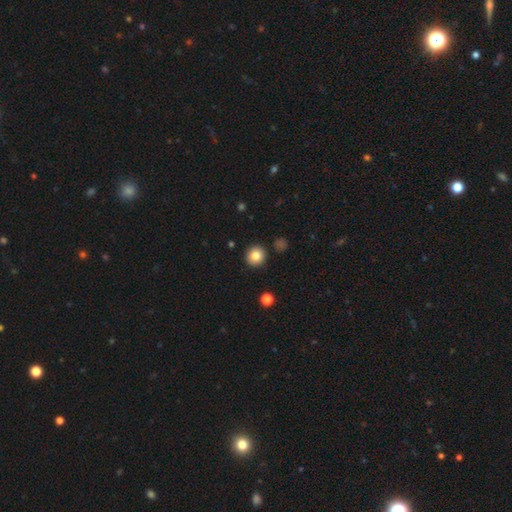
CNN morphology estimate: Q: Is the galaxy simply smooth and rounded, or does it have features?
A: smooth — 84%.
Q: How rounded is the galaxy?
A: round — 93%.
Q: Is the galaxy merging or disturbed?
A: none — 92%.